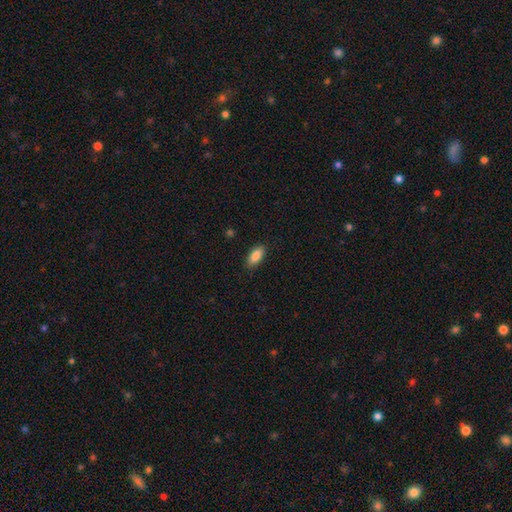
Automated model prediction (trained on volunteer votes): Smooth or featured?
  - smooth: 86% *
  - featured or disk: 8%
  - star or artifact: 7%
How rounded?
  - in between: 85% *
  - cigar-shaped: 12%
  - round: 2%
Merging?
  - none: 87% *
  - minor disturbance: 10%
  - major disturbance: 2%
  - merger: 1%